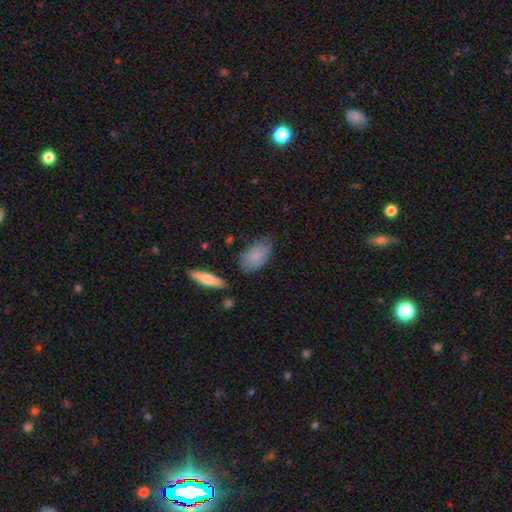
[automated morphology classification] Smooth or featured: smooth — 79% (featured or disk — 14%)
How rounded: in between — 92% (round — 5%)
Merging: none — 69% (minor disturbance — 23%)